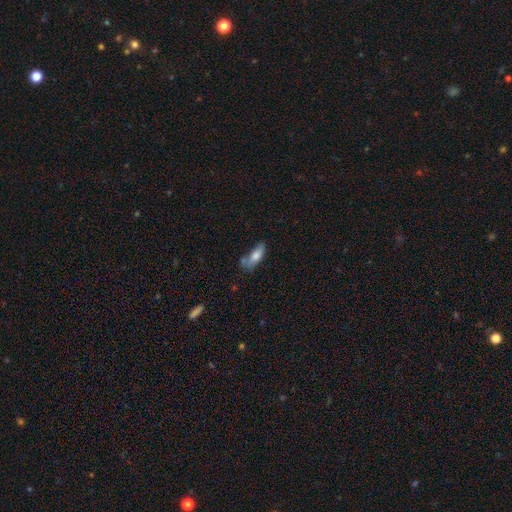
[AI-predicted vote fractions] smooth_or_featured: smooth (p=0.72) [alt: featured or disk p=0.21]
how_rounded: in between (p=0.66) [alt: cigar-shaped p=0.32]
merging: none (p=0.46) [alt: minor disturbance p=0.28]